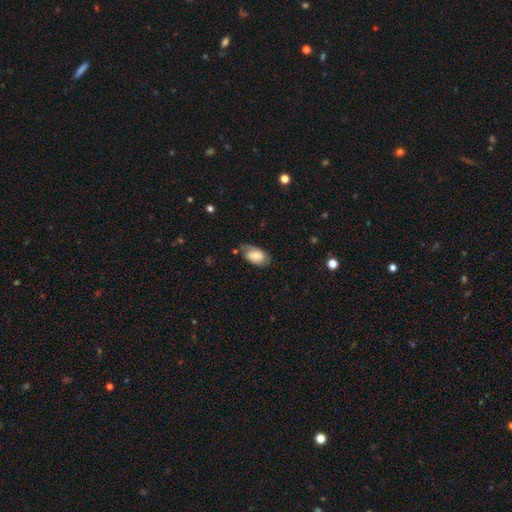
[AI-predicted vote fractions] Q: Smooth or featured?
A: smooth (56%); runner-up: featured or disk (37%)
Q: How rounded?
A: in between (91%); runner-up: round (6%)
Q: Merging?
A: none (64%); runner-up: minor disturbance (25%)